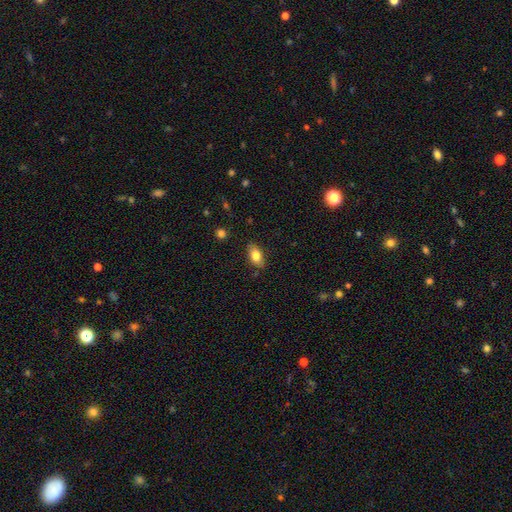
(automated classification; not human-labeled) Smooth or featured?
  - smooth: 79% *
  - featured or disk: 13%
  - star or artifact: 8%
How rounded?
  - in between: 87% *
  - round: 7%
  - cigar-shaped: 5%
Merging?
  - none: 84% *
  - minor disturbance: 12%
  - major disturbance: 2%
  - merger: 1%